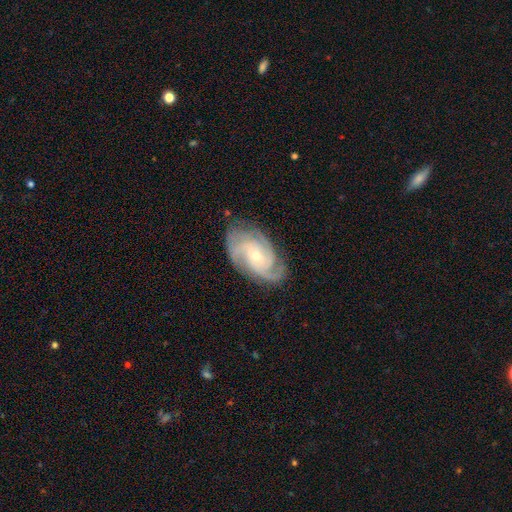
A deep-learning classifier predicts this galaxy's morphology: type=featured or disk (89%); edge-on=no (97%); bar=no (60%); spiral arms=yes (98%); winding=tight (60%); arm count=3 (45%); bulge=small (65%); merging=none (79%).